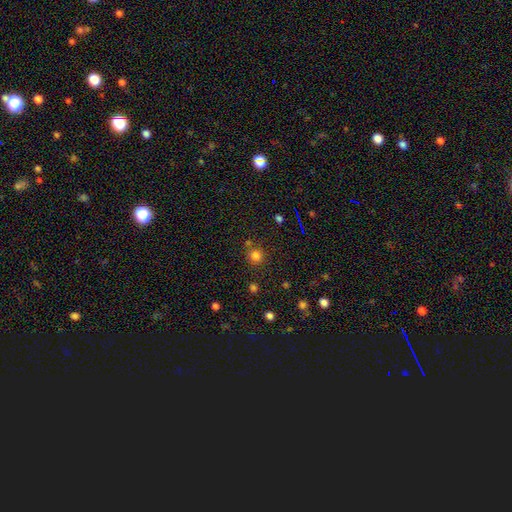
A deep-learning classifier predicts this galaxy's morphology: Smooth or featured: smooth — 78% (star or artifact — 16%)
How rounded: round — 89% (in between — 10%)
Merging: none — 78% (merger — 10%)